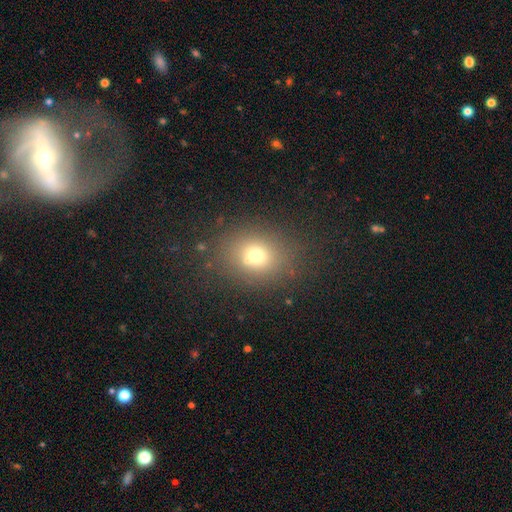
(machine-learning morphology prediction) Smooth or featured?
  - smooth: 69% *
  - star or artifact: 17%
  - featured or disk: 14%
How rounded?
  - round: 58% *
  - in between: 41%
  - cigar-shaped: 1%
Merging?
  - none: 71% *
  - merger: 12%
  - minor disturbance: 12%
  - major disturbance: 5%